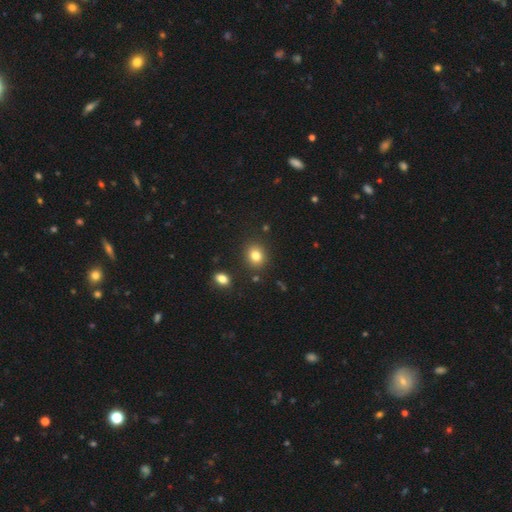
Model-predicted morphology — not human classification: This is clearly a smooth galaxy (81%). How rounded: likely round (65%). Merging: clearly none (86%).